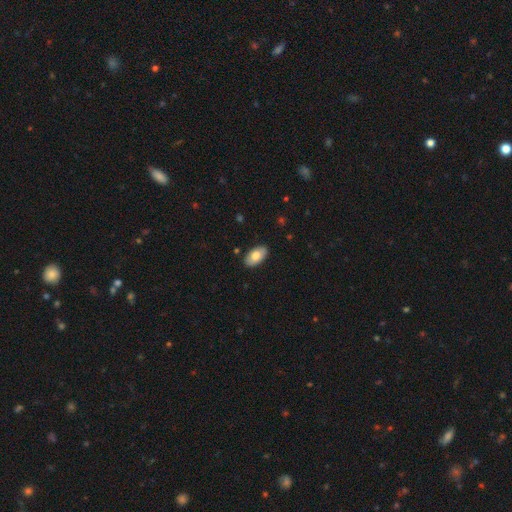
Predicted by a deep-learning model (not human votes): Smooth or featured?
  - smooth: 75% *
  - featured or disk: 18%
  - star or artifact: 6%
How rounded?
  - in between: 95% *
  - round: 3%
  - cigar-shaped: 2%
Merging?
  - none: 88% *
  - minor disturbance: 9%
  - major disturbance: 2%
  - merger: 1%